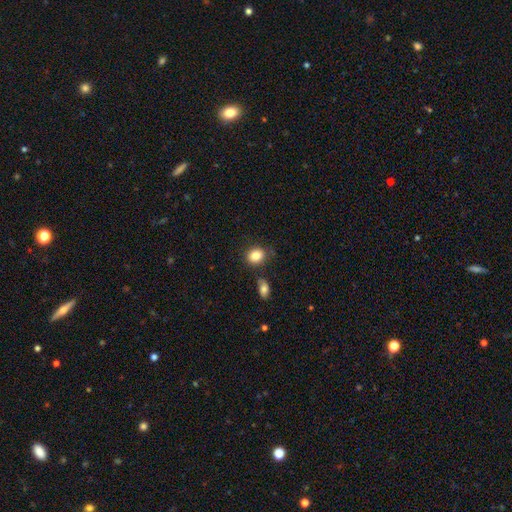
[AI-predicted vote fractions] This appears to be a smooth galaxy with no disk features (85%) that is round (52%). Merging: none (76%).